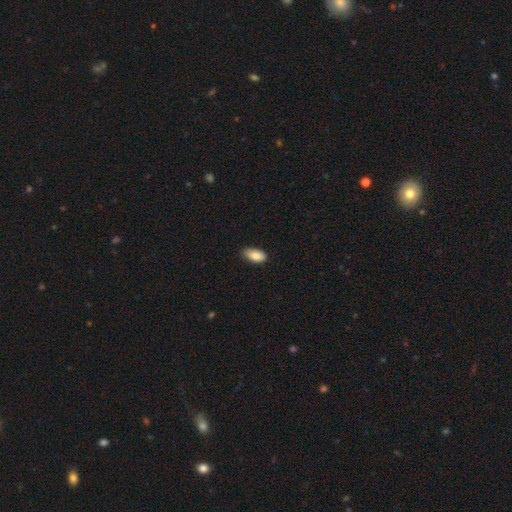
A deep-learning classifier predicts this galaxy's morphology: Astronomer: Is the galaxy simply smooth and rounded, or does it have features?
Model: smooth — 87%.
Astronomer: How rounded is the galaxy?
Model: in between — 93%.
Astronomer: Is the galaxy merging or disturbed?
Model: none — 80%.